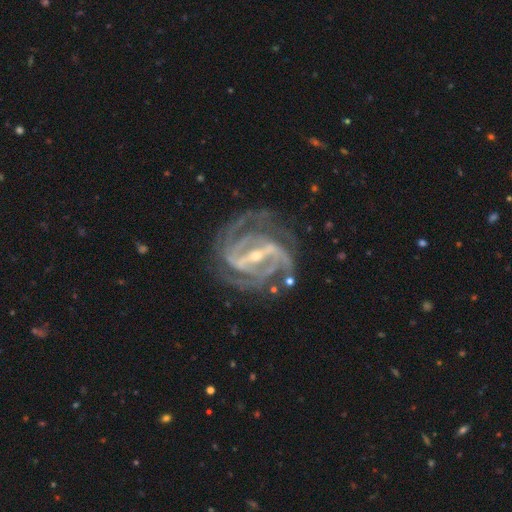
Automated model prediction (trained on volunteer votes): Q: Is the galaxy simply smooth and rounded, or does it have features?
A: featured or disk — 93%.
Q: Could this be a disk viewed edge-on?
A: no — 97%.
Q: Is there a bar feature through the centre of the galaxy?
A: strong — 78%.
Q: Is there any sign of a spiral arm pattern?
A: yes — 98%.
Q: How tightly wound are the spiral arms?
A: tight — 50%.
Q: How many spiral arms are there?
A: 2 — 32%.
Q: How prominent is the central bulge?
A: small — 64%.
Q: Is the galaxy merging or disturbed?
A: none — 71%.